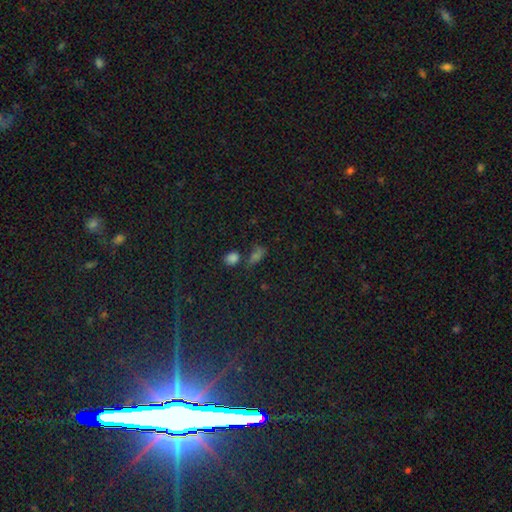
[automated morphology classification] Overall: smooth (50%; star or artifact 38%). Merging: none (55%; merger 23%).